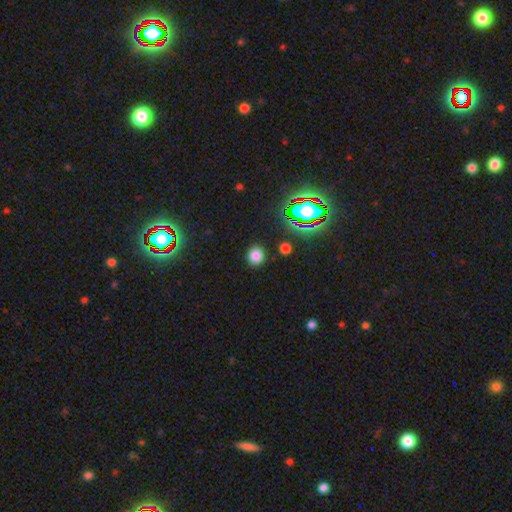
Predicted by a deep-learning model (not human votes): The model was most divided on "smooth or featured": smooth: 78%, star or artifact: 17%, featured or disk: 5%. More confident: merging — none (89%); how rounded — round (83%).